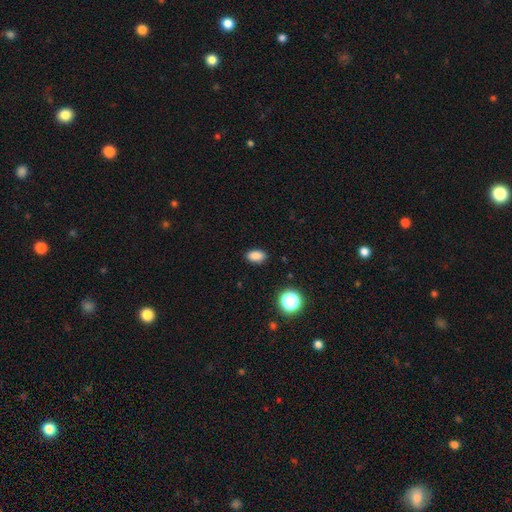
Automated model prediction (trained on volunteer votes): Smooth or featured? smooth (84%)
How rounded? in between (88%)
Merging? none (88%)